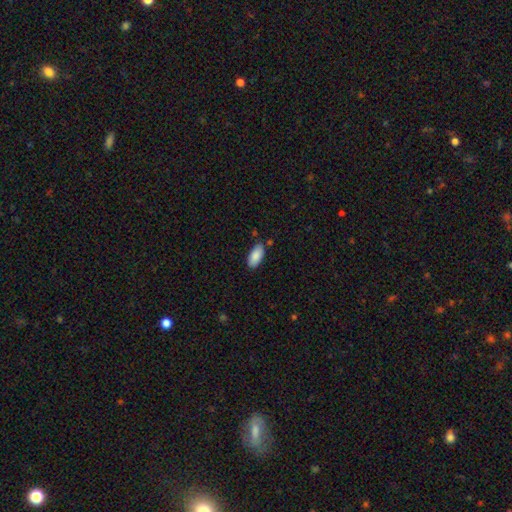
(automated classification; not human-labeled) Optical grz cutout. It shows a smooth galaxy with no disk features (88%) that is in between round and cigar-shaped (91%). Merging: none (81%).